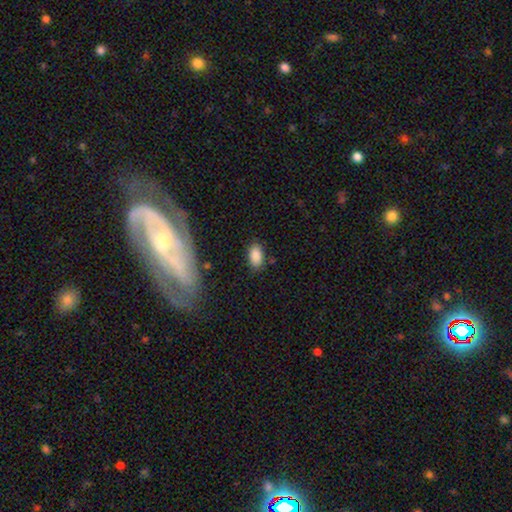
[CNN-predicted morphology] A smooth galaxy with no disk features (87%) that is in between round and cigar-shaped (91%). Merging: none (82%).